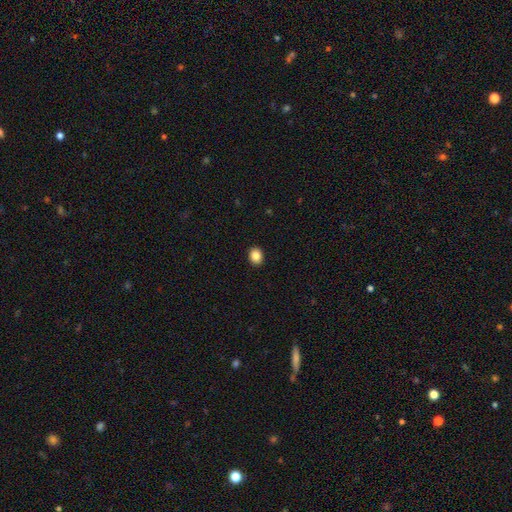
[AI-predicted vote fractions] Morphology: type=smooth (86%); roundness=round (55%); merging=none (92%).